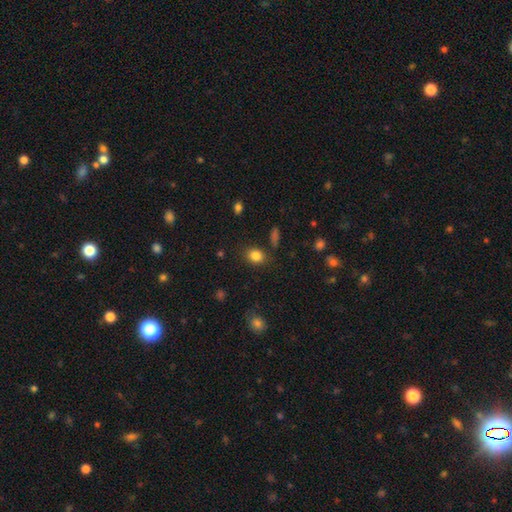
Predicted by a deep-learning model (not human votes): Q: Smooth or featured?
A: smooth (84%); runner-up: star or artifact (10%)
Q: How rounded?
A: in between (50%); runner-up: round (49%)
Q: Merging?
A: none (81%); runner-up: minor disturbance (12%)